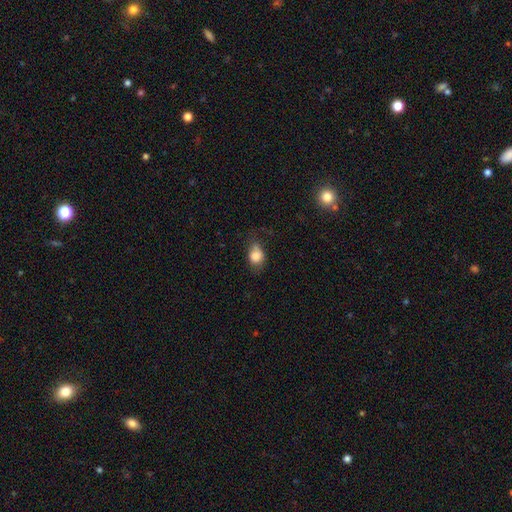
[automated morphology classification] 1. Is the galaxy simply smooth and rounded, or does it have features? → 82% smooth, 9% star or artifact, 9% featured or disk.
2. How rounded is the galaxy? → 50% in between, 48% round, 1% cigar-shaped.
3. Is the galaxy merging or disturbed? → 48% none, 33% minor disturbance, 13% major disturbance, 6% merger.